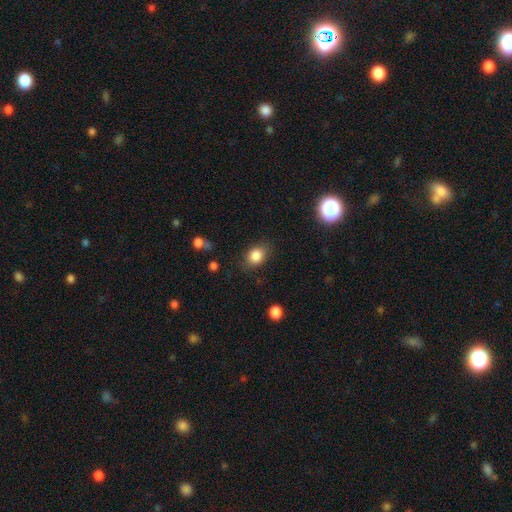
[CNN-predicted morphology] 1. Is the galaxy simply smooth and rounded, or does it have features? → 84% smooth, 10% star or artifact, 6% featured or disk.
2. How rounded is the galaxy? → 56% in between, 43% round, 1% cigar-shaped.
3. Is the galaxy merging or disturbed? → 79% none, 15% minor disturbance, 5% major disturbance, 2% merger.